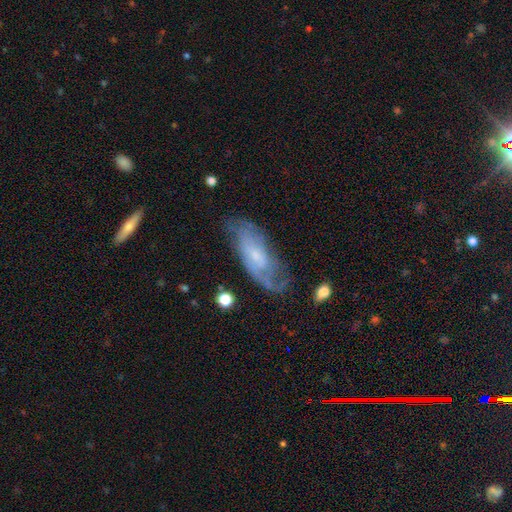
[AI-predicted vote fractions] Q: Smooth or featured?
A: featured or disk (70%); runner-up: smooth (24%)
Q: Edge-on disk?
A: no (89%); runner-up: yes (11%)
Q: Bar?
A: no (56%); runner-up: weak (36%)
Q: Spiral arms?
A: yes (86%); runner-up: no (14%)
Q: Spiral winding?
A: medium (41%); runner-up: tight (35%)
Q: Spiral arm count?
A: 2 (46%); runner-up: can't tell (34%)
Q: Bulge size?
A: small (64%); runner-up: moderate (24%)
Q: Merging?
A: none (57%); runner-up: minor disturbance (24%)